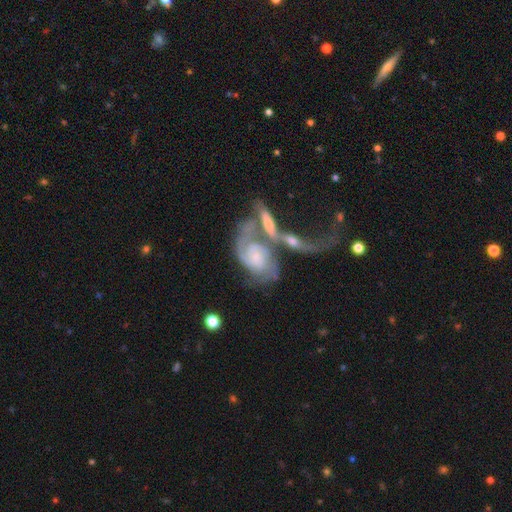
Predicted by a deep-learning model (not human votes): This appears to be a featured or disk galaxy (84%) with no bar (64%), 2 (64%) medium (41%) spiral arms (95%) and a small central bulge (67%). Merging: merger (59%).